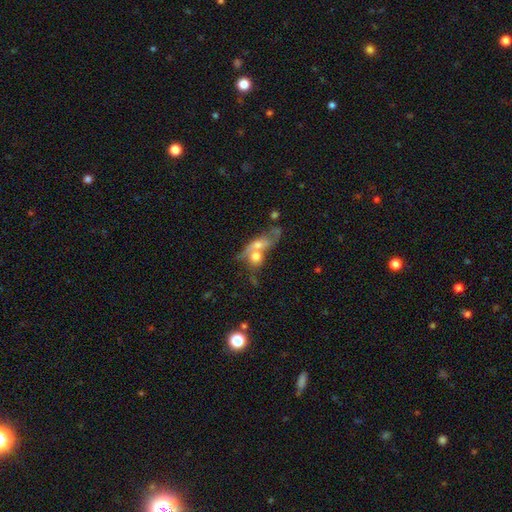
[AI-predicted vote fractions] A smooth galaxy with no disk features (55%) that is in between round and cigar-shaped (47%).

Vote fractions:
- Smooth or featured? smooth: 55% / featured or disk: 34% / star or artifact: 11%
- How rounded? in between: 47% / round: 44% / cigar-shaped: 9%
- Merging? merger: 69% / none: 16% / major disturbance: 8% / minor disturbance: 7%